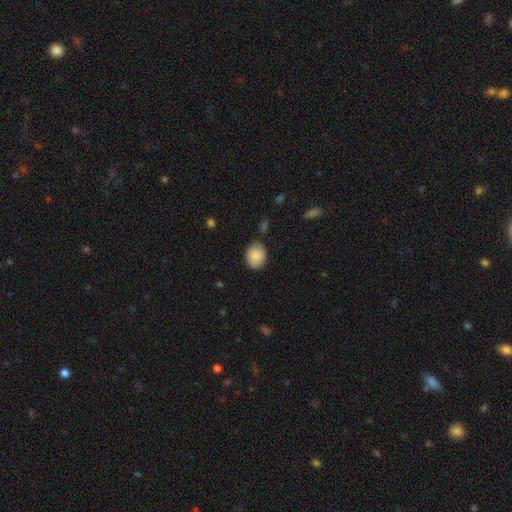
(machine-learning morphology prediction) Overall: smooth (85%). How rounded: round (57%; in between 42%). Merging: none (78%).